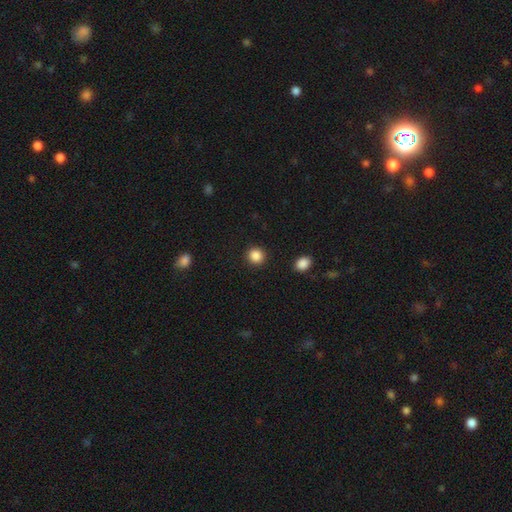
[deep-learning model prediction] The model was most divided on "smooth or featured": smooth: 87%, star or artifact: 10%, featured or disk: 3%. More confident: merging — none (91%); how rounded — round (91%).